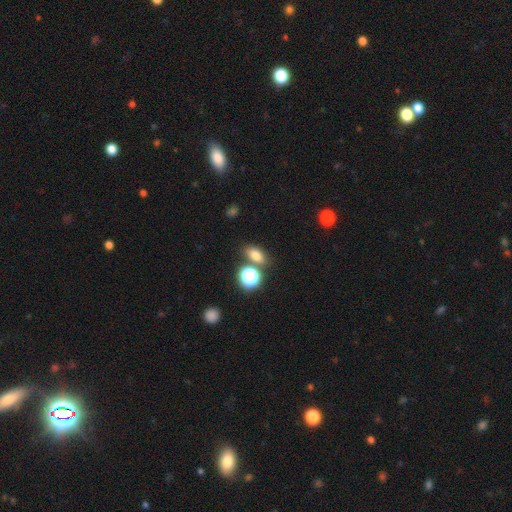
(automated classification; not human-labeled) Smooth or featured: smooth — 73% (star or artifact — 18%)
How rounded: in between — 72% (round — 24%)
Merging: none — 73% (merger — 13%)